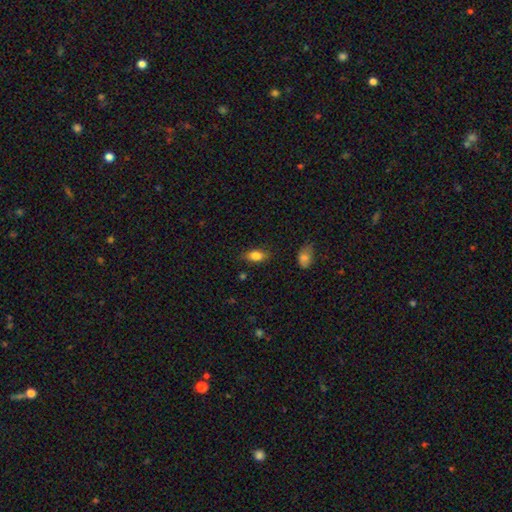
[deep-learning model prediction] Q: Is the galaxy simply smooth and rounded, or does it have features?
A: smooth — 82%.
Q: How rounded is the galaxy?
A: in between — 87%.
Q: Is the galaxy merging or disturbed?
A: none — 80%.